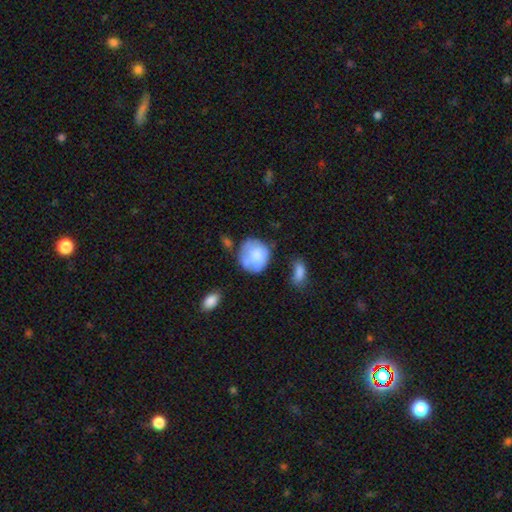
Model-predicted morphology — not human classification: Smooth or featured?
  - smooth: 66% *
  - featured or disk: 26%
  - star or artifact: 7%
How rounded?
  - round: 80% *
  - in between: 19%
  - cigar-shaped: 1%
Merging?
  - none: 48% *
  - minor disturbance: 26%
  - merger: 14%
  - major disturbance: 12%